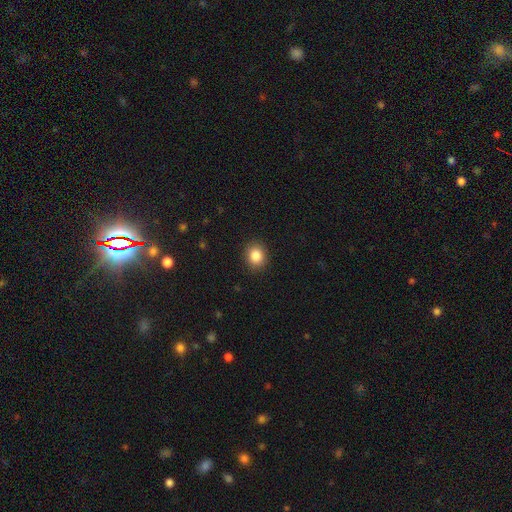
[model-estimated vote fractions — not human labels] Smooth or featured: smooth — 86% (star or artifact — 10%)
How rounded: round — 69% (in between — 30%)
Merging: none — 90% (minor disturbance — 7%)